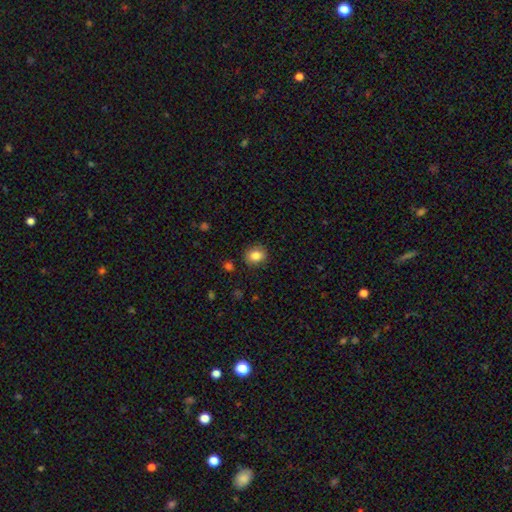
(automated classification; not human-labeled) Q: Smooth or featured?
A: smooth (84%); runner-up: star or artifact (9%)
Q: How rounded?
A: round (62%); runner-up: in between (37%)
Q: Merging?
A: none (86%); runner-up: minor disturbance (10%)